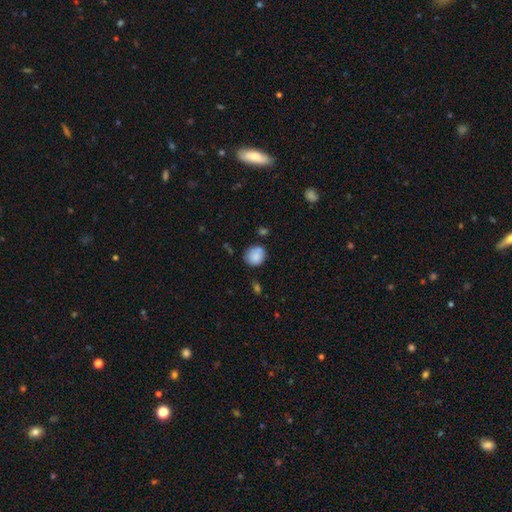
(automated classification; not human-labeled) Morphology: type=smooth (81%); roundness=round (80%); merging=none (65%).